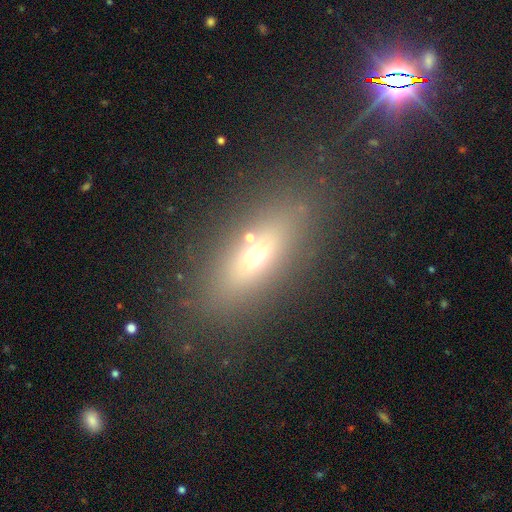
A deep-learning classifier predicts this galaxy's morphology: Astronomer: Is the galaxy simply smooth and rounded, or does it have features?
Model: smooth — 52% (runner-up: featured or disk, 28%).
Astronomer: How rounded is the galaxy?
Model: in between — 62%.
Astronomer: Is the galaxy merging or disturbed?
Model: none — 76%.